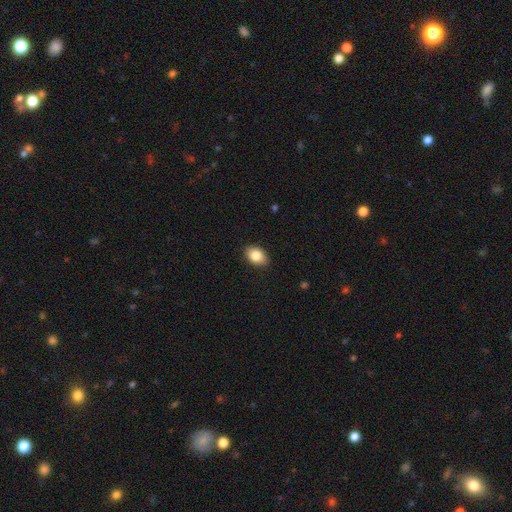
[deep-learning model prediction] Smooth or featured?
  - smooth: 84% *
  - featured or disk: 9%
  - star or artifact: 8%
How rounded?
  - in between: 84% *
  - round: 14%
  - cigar-shaped: 1%
Merging?
  - none: 88% *
  - minor disturbance: 9%
  - major disturbance: 2%
  - merger: 1%